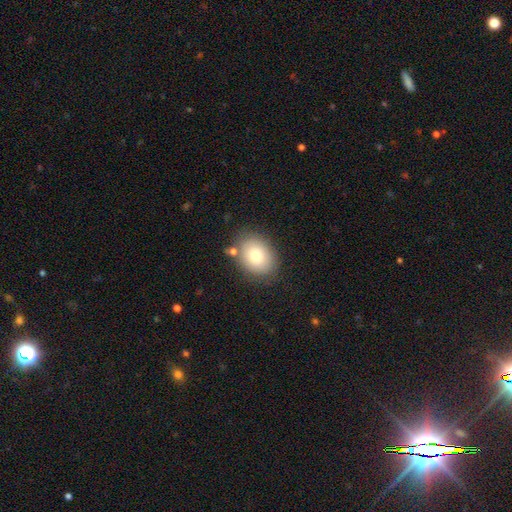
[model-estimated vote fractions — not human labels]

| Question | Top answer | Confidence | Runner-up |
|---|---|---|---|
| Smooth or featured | smooth | 80% | featured or disk (12%) |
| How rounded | in between | 65% | round (34%) |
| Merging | none | 78% | minor disturbance (13%) |